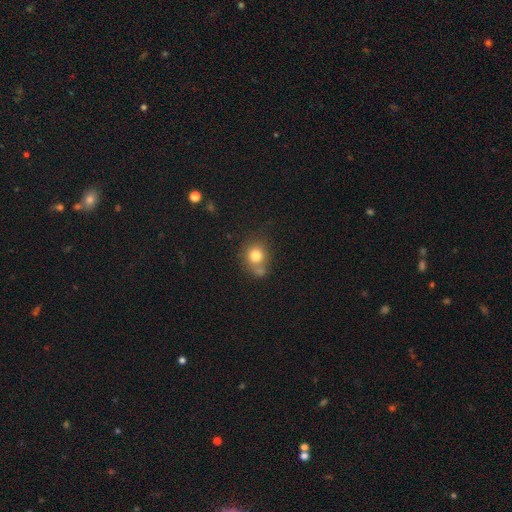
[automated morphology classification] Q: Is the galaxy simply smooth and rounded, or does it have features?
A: smooth — 78%.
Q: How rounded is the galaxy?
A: round — 80%.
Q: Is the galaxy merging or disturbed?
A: none — 55%.